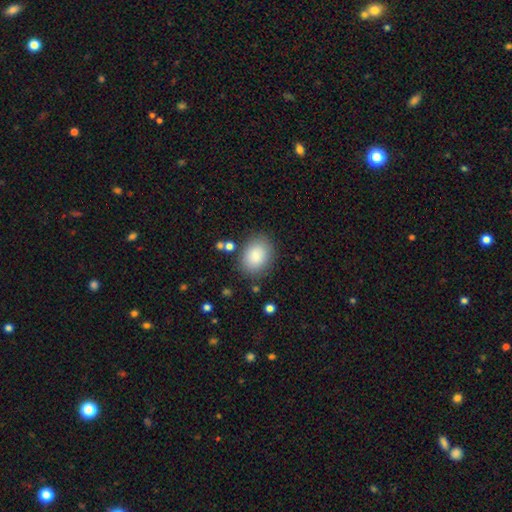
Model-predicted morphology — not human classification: Q: Smooth or featured?
A: smooth (86%); runner-up: star or artifact (8%)
Q: How rounded?
A: in between (64%); runner-up: round (35%)
Q: Merging?
A: none (82%); runner-up: minor disturbance (11%)